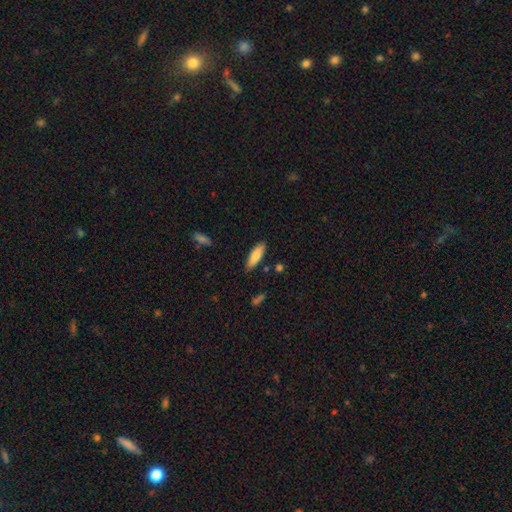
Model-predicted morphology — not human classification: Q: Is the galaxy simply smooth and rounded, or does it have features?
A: smooth — 79%.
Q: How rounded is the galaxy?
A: in between — 50%.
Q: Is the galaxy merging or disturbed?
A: none — 85%.